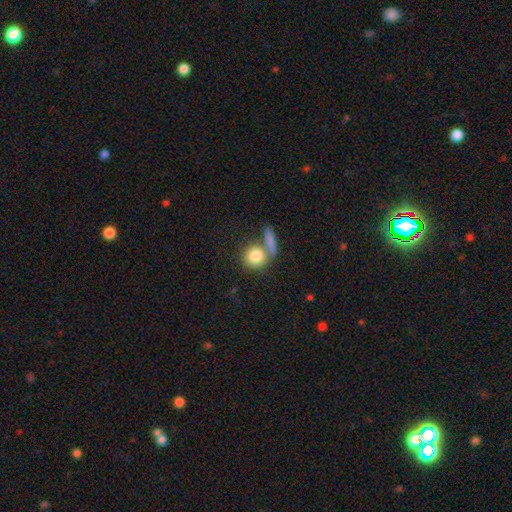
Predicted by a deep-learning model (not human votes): This is clearly a smooth galaxy (82%). How rounded: clearly round (81%). Merging: possibly none (53%).